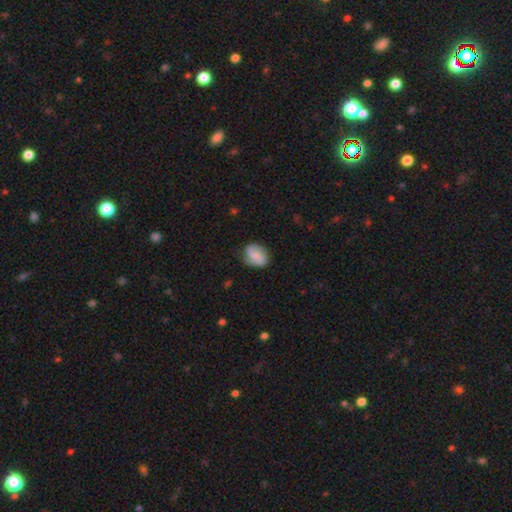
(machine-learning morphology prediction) A smooth galaxy with no disk features (54%) that is in between round and cigar-shaped (64%). Merging: none (72%).